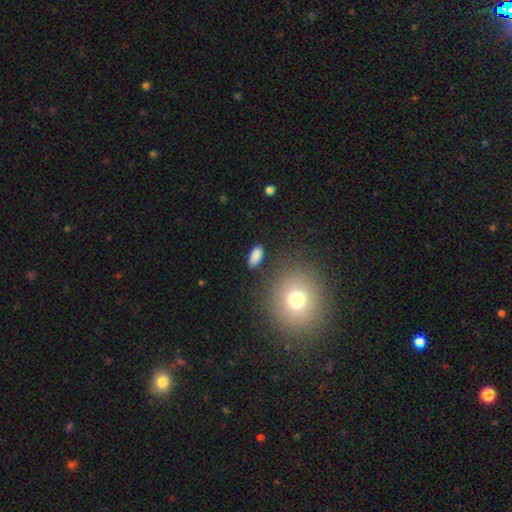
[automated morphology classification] The model was most divided on "how rounded": in between: 84%, cigar-shaped: 11%, round: 5%. More confident: smooth or featured — smooth (86%); merging — none (85%).